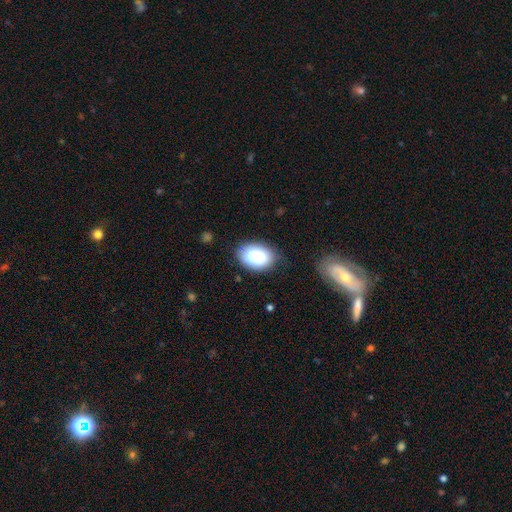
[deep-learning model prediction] Smooth or featured?
  - smooth: 86% *
  - featured or disk: 7%
  - star or artifact: 7%
How rounded?
  - in between: 87% *
  - round: 12%
  - cigar-shaped: 1%
Merging?
  - none: 77% *
  - minor disturbance: 17%
  - major disturbance: 4%
  - merger: 2%